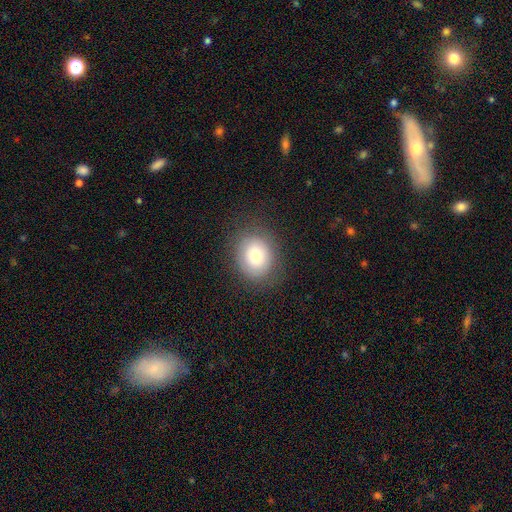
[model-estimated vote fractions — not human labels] smooth_or_featured: smooth (p=0.76) [alt: featured or disk p=0.14]
how_rounded: round (p=0.63) [alt: in between p=0.36]
merging: none (p=0.83) [alt: minor disturbance p=0.11]